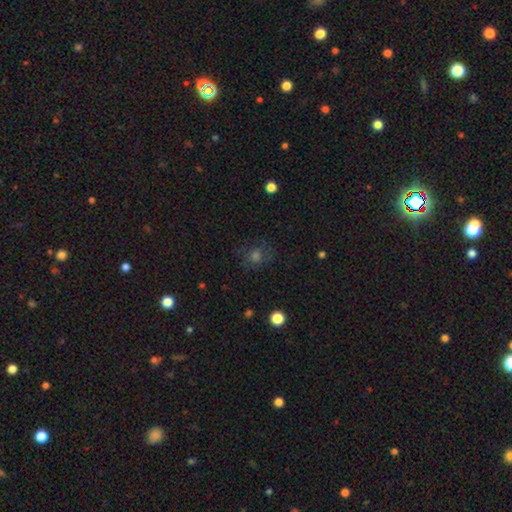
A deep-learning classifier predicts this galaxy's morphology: A smooth galaxy with no disk features (49%).

Vote fractions:
- Smooth or featured? smooth: 49% / star or artifact: 31% / featured or disk: 20%
- Merging? none: 73% / minor disturbance: 15% / major disturbance: 10% / merger: 2%